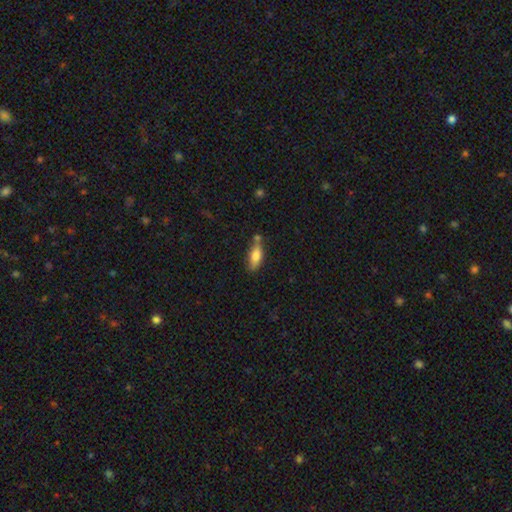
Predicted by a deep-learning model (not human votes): Smooth or featured? Predicted: smooth (p=0.76). How rounded? Predicted: in between (p=0.71). Merging? Predicted: none (p=0.64).